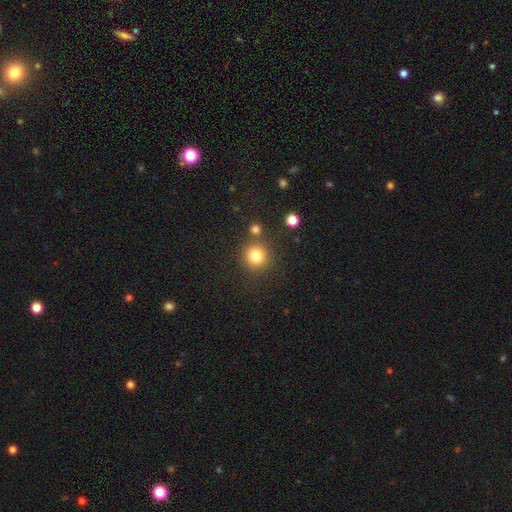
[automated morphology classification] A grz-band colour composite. It shows a smooth galaxy with no disk features (82%) that is round (94%). Merging: none (81%).